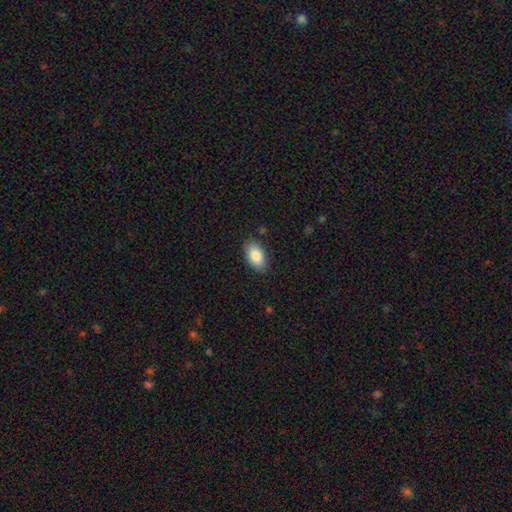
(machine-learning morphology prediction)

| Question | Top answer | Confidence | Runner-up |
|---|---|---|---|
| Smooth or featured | smooth | 84% | featured or disk (9%) |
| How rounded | in between | 93% | round (5%) |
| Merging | none | 84% | minor disturbance (12%) |